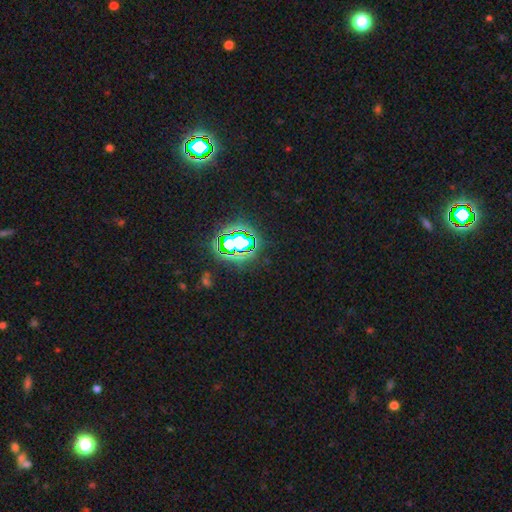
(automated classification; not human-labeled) The model was most divided on "smooth or featured": star or artifact: 80%, smooth: 13%, featured or disk: 7%.